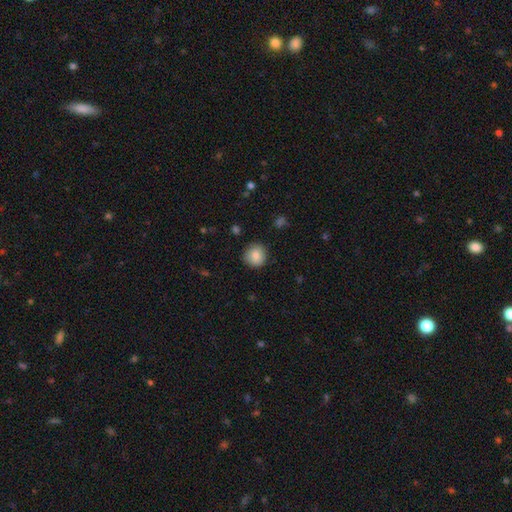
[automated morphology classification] type=smooth (85%); roundness=round (91%); merging=none (86%).